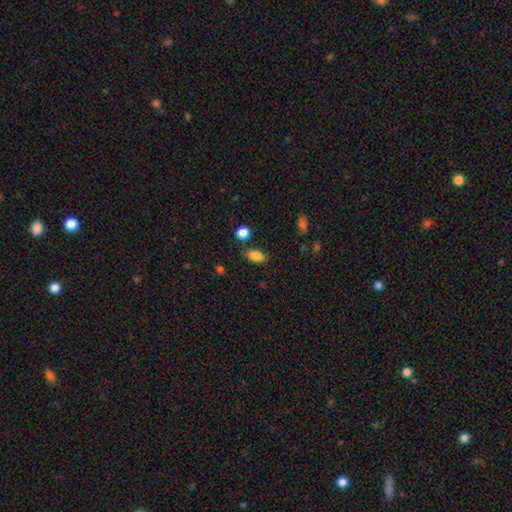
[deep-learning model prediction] smooth 85%, star or artifact 9%, featured or disk 6%. Down the decision tree: how rounded — in between (87%); merging — none (80%).